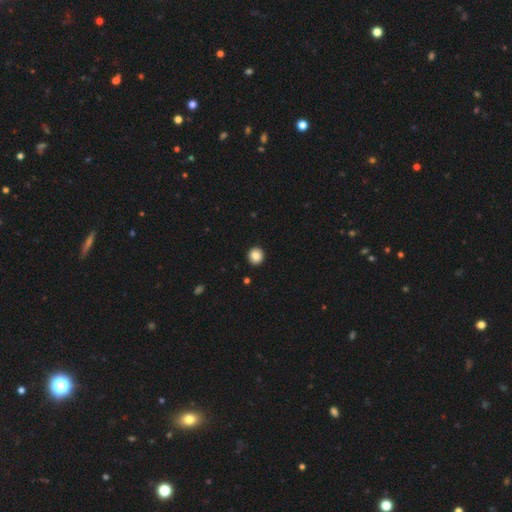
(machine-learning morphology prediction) Overall: smooth (87%). How rounded: round (90%). Merging: none (92%).